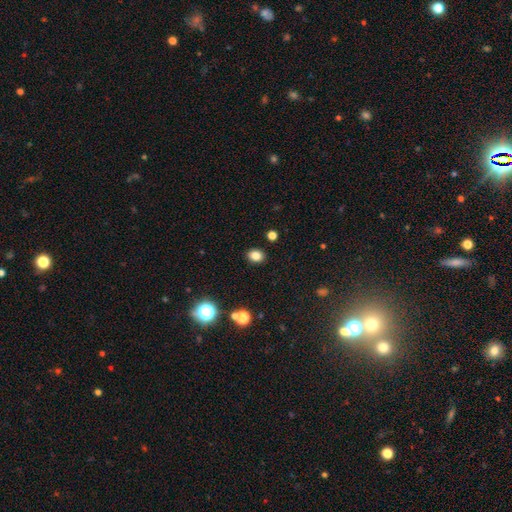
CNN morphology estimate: This is clearly a smooth galaxy (82%). How rounded: possibly in between (58%). Merging: clearly none (89%).